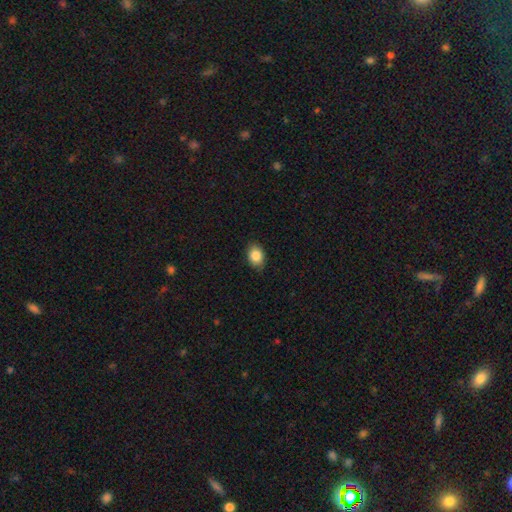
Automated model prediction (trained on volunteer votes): Smooth or featured?
  - smooth: 86% *
  - star or artifact: 8%
  - featured or disk: 6%
How rounded?
  - in between: 77% *
  - round: 22%
  - cigar-shaped: 1%
Merging?
  - none: 84% *
  - minor disturbance: 12%
  - major disturbance: 2%
  - merger: 1%